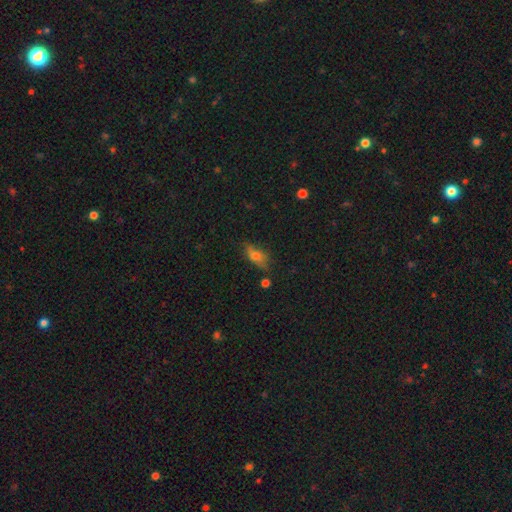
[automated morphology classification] Smooth or featured: smooth — 61% (featured or disk — 25%)
How rounded: in between — 75% (cigar-shaped — 17%)
Merging: none — 64% (minor disturbance — 24%)